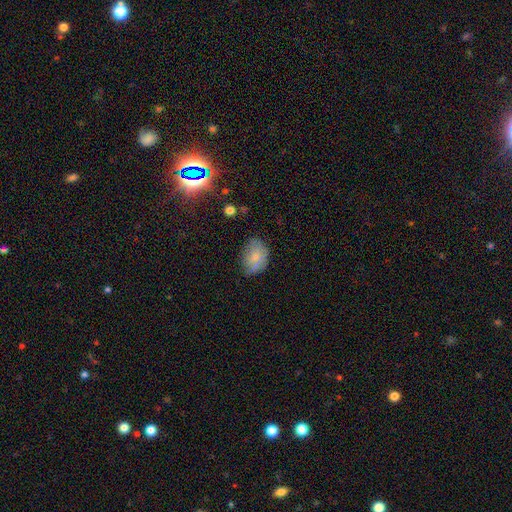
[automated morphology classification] smooth-or-featured: smooth: 67% | featured or disk: 24% | star or artifact: 9%
  how-rounded: in between: 71% | round: 28% | cigar-shaped: 1%
  merging: none: 58% | minor disturbance: 30% | major disturbance: 10% | merger: 2%